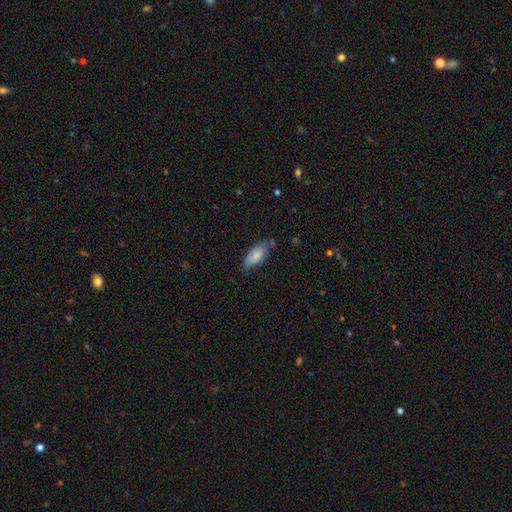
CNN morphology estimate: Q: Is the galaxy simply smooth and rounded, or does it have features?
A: smooth — 82%.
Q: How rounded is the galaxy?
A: in between — 85%.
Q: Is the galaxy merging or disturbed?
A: none — 59%.